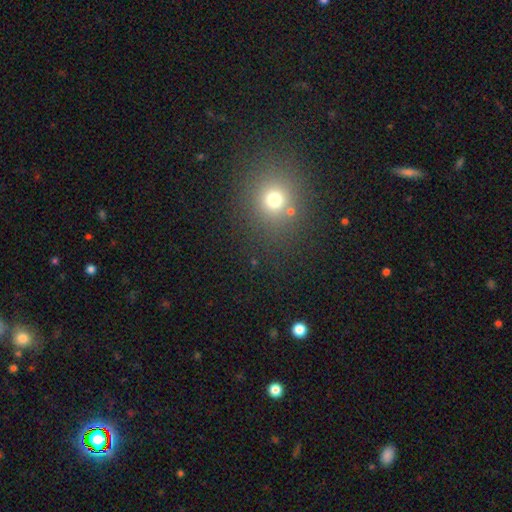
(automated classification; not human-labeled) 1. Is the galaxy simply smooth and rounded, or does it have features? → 59% smooth, 32% star or artifact, 8% featured or disk.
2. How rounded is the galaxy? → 80% round, 18% in between, 1% cigar-shaped.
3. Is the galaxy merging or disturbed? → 83% none, 8% minor disturbance, 6% merger, 3% major disturbance.